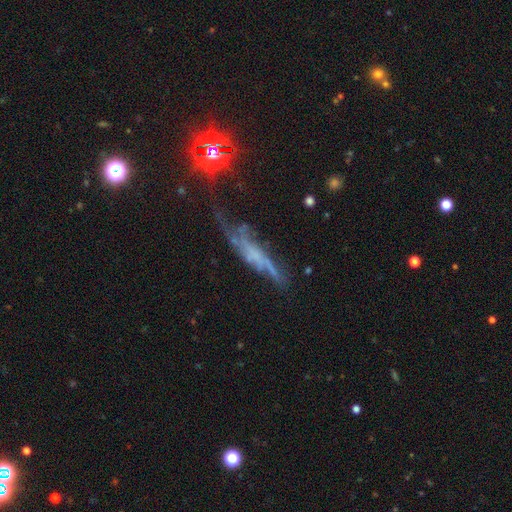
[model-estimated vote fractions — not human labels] The model was most divided on "edge-on disk": yes: 59%, no: 41%. Remaining: smooth or featured — featured or disk (58%); merging — none (44%).